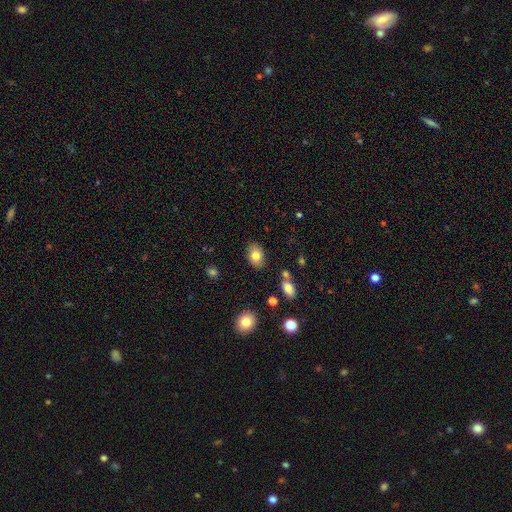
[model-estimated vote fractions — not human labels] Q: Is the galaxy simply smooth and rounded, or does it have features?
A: smooth — 79%.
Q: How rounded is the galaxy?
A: in between — 85%.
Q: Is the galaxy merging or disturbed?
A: none — 84%.